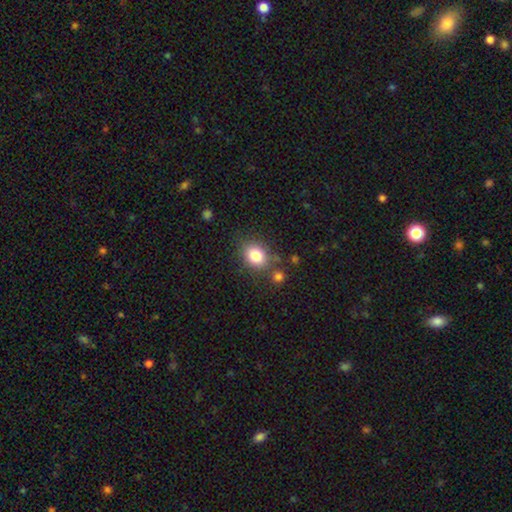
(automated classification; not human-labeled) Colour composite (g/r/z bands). It shows a smooth galaxy with no disk features (81%) that is in between round and cigar-shaped (50%). Merging: none (75%).